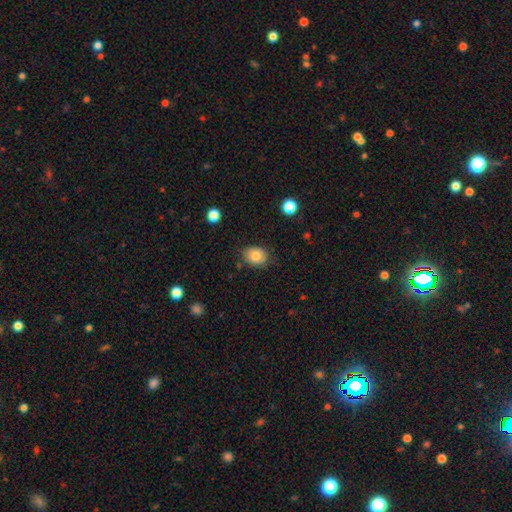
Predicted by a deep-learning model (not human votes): The model was most divided on "how rounded" (2-way tie): round: 50%, in between: 50%, cigar-shaped: 1%. More confident: smooth or featured — smooth (82%); merging — none (78%).